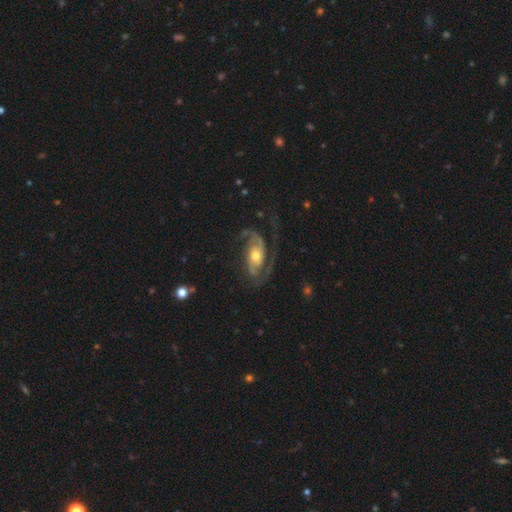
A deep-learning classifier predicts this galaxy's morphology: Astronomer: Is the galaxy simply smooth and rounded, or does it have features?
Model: featured or disk — 87%.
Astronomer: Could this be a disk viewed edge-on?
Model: no — 96%.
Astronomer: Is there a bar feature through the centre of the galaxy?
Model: no — 63%.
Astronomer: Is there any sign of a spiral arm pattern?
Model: yes — 96%.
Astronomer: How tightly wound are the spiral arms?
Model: medium — 48% (runner-up: loose, 28%).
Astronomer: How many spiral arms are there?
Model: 2 — 79%.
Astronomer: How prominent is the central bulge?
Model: moderate — 65%.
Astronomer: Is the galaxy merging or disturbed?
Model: none — 61%.